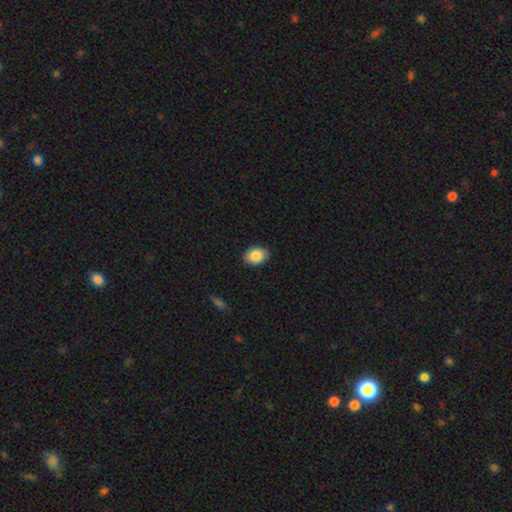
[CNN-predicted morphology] Overall: smooth (86%). How rounded: in between (77%). Merging: none (88%).